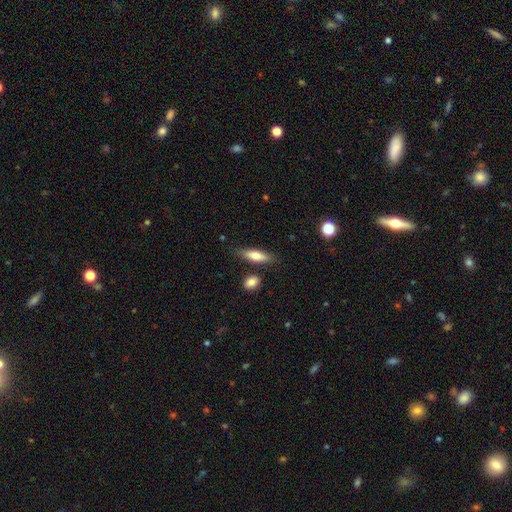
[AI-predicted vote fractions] A smooth galaxy with no disk features (68%) that is cigar-shaped (58%). Merging: none (79%).